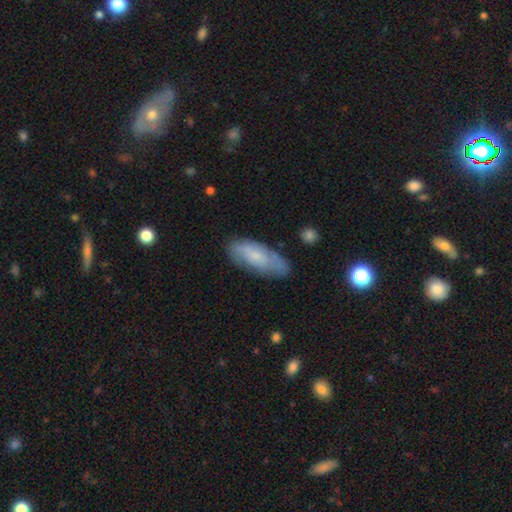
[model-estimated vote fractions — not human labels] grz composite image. It shows a smooth galaxy with no disk features (60%) that is in between round and cigar-shaped (72%). Merging: none (69%).